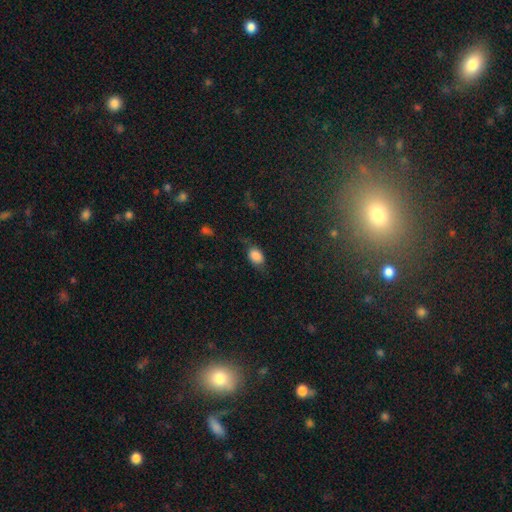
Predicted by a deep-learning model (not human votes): A smooth galaxy with no disk features (82%) that is in between round and cigar-shaped (82%). Merging: none (59%).